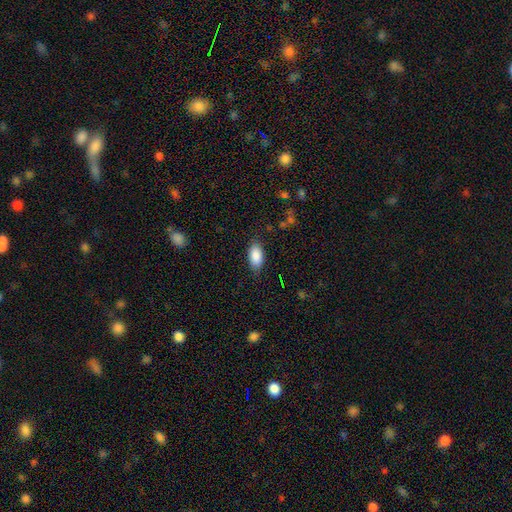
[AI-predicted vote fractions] Q: Smooth or featured?
A: smooth (88%); runner-up: star or artifact (7%)
Q: How rounded?
A: in between (93%); runner-up: cigar-shaped (4%)
Q: Merging?
A: none (83%); runner-up: minor disturbance (13%)